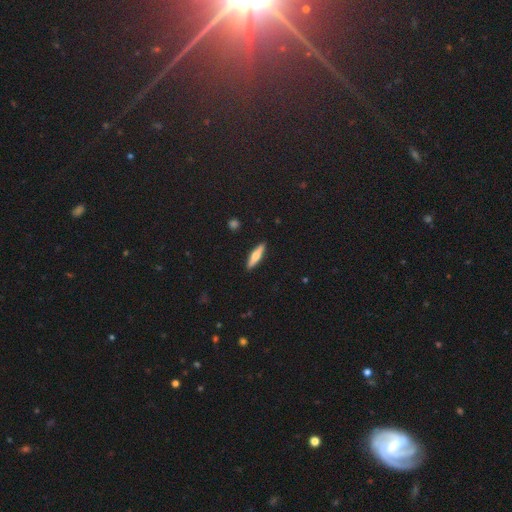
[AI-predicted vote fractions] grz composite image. It shows a smooth galaxy with no disk features (52%) that is cigar-shaped (78%). Merging: none (91%).